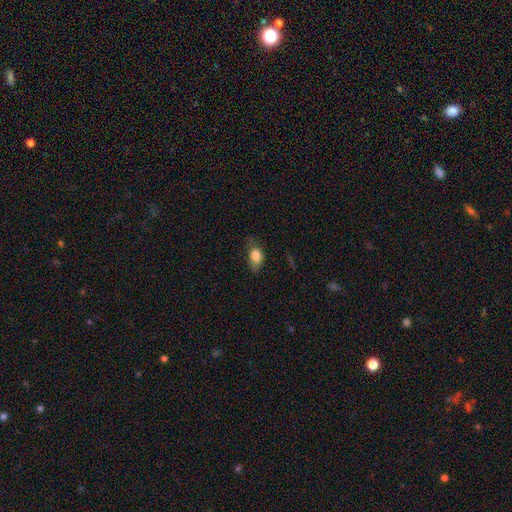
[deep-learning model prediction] A smooth galaxy with no disk features (82%) that is in between round and cigar-shaped (82%).

Vote fractions:
- Smooth or featured? smooth: 82% / featured or disk: 10% / star or artifact: 8%
- How rounded? in between: 82% / round: 14% / cigar-shaped: 4%
- Merging? none: 55% / minor disturbance: 31% / major disturbance: 12% / merger: 2%